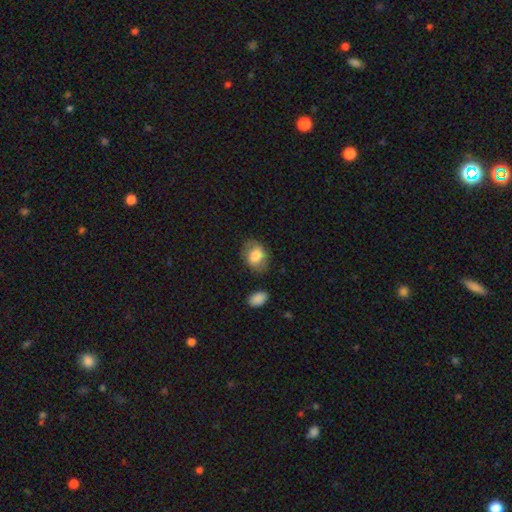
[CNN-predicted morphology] A smooth galaxy with no disk features (78%) that is in between round and cigar-shaped (69%).

Vote fractions:
- Smooth or featured? smooth: 78% / featured or disk: 14% / star or artifact: 7%
- How rounded? in between: 69% / round: 30% / cigar-shaped: 1%
- Merging? none: 71% / minor disturbance: 20% / major disturbance: 7% / merger: 3%